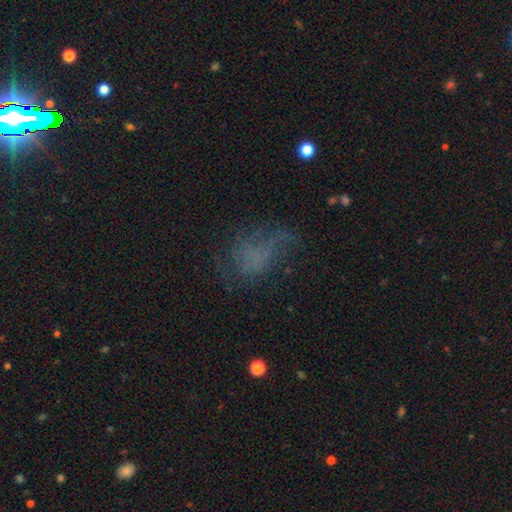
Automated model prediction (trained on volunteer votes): Morphology: type=smooth (44%); merging=none (41%).